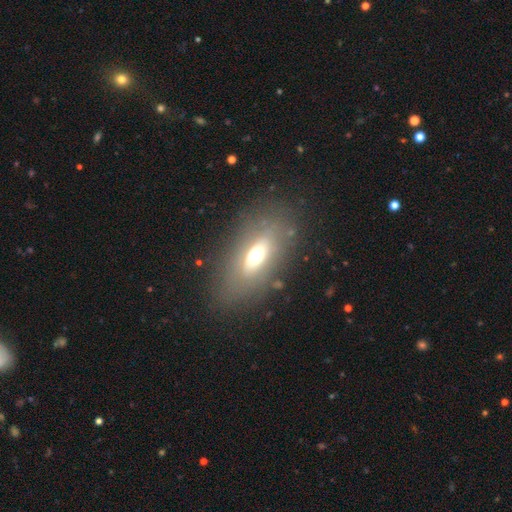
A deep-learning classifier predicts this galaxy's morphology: A smooth galaxy with no disk features (55%) that is in between round and cigar-shaped (79%). Merging: none (79%).